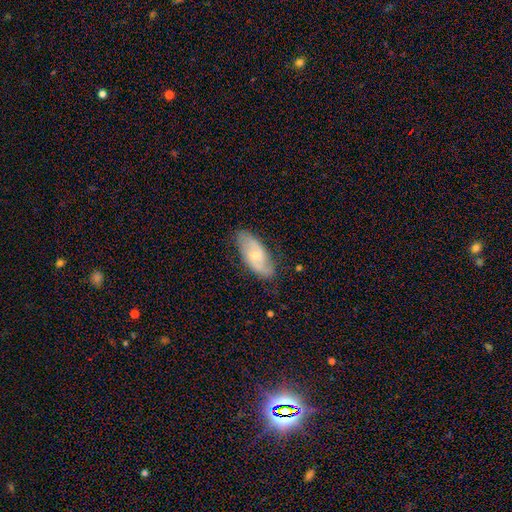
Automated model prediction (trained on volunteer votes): Smooth or featured: featured or disk — 64% (smooth — 30%)
Edge-on disk: no — 91% (yes — 9%)
Bar: no — 59% (weak — 34%)
Spiral arms: yes — 86% (no — 14%)
Spiral winding: medium — 44% (loose — 31%)
Spiral arm count: 2 — 78% (can't tell — 15%)
Bulge size: small — 62% (moderate — 34%)
Merging: none — 76% (minor disturbance — 18%)